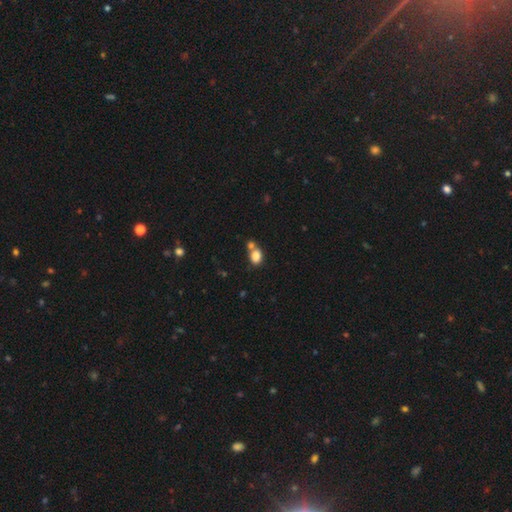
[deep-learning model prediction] Smooth or featured?
  - smooth: 83% *
  - star or artifact: 10%
  - featured or disk: 7%
How rounded?
  - in between: 68% *
  - round: 31%
  - cigar-shaped: 1%
Merging?
  - none: 45% *
  - merger: 40%
  - minor disturbance: 11%
  - major disturbance: 4%